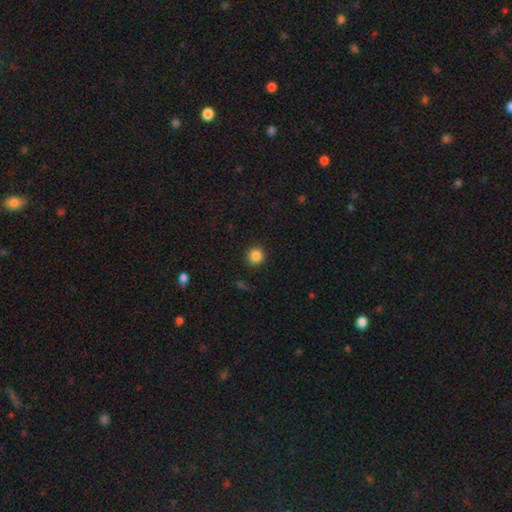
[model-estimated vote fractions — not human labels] A smooth galaxy with no disk features (86%) that is round (93%).

Vote fractions:
- Smooth or featured? smooth: 86% / star or artifact: 10% / featured or disk: 3%
- How rounded? round: 93% / in between: 6% / cigar-shaped: 1%
- Merging? none: 91% / minor disturbance: 6% / major disturbance: 2% / merger: 1%